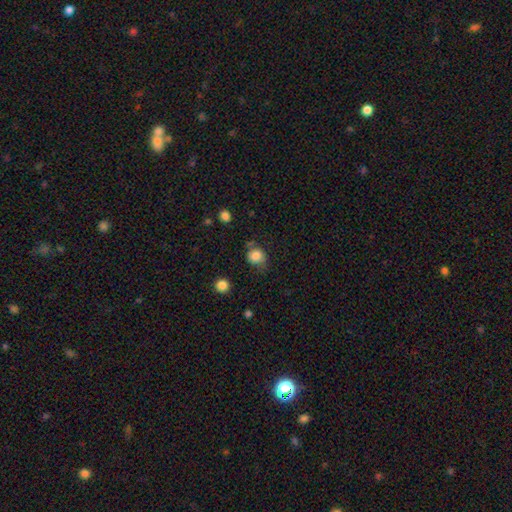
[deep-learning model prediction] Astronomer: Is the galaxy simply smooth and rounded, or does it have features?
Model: smooth — 81%.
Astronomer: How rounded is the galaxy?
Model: round — 70%.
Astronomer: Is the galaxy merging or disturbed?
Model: none — 62%.